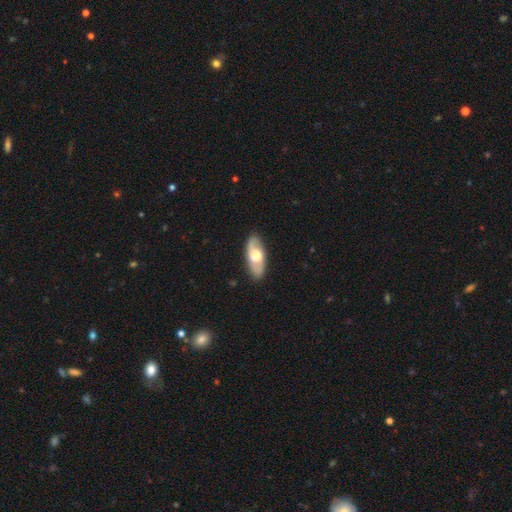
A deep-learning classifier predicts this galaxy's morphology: Smooth or featured? featured or disk (52%)
Edge-on disk? no (73%)
Merging? none (85%)